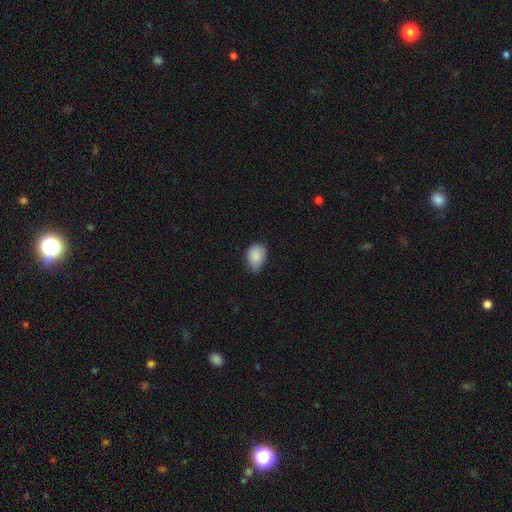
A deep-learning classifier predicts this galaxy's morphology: Smooth or featured: smooth — 87% (star or artifact — 7%)
How rounded: in between — 72% (round — 27%)
Merging: none — 60% (minor disturbance — 35%)